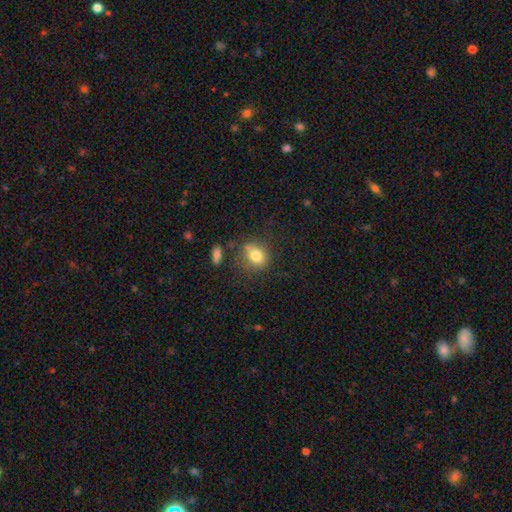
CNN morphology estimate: This appears to be a smooth galaxy with no disk features (80%) that is round (67%). Merging: none (70%).